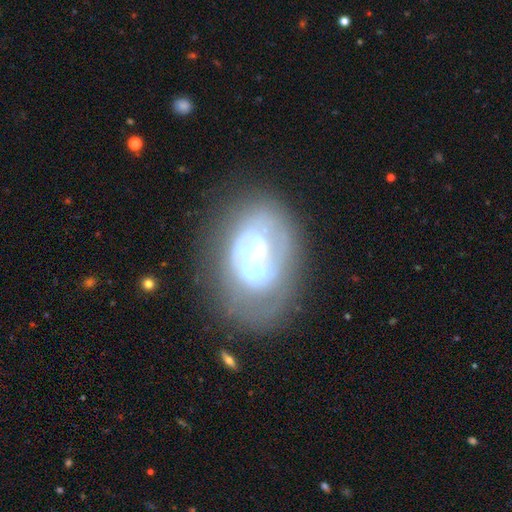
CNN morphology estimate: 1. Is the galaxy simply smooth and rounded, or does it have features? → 68% featured or disk, 20% smooth, 12% star or artifact.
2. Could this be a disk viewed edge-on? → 97% no, 3% yes.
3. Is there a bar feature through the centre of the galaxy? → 74% no, 16% weak, 9% strong.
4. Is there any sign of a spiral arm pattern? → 67% no, 33% yes.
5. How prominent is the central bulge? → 42% moderate, 20% small, 19% large, 12% none, 6% dominant.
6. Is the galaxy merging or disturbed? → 42% none, 23% major disturbance, 19% minor disturbance, 16% merger.